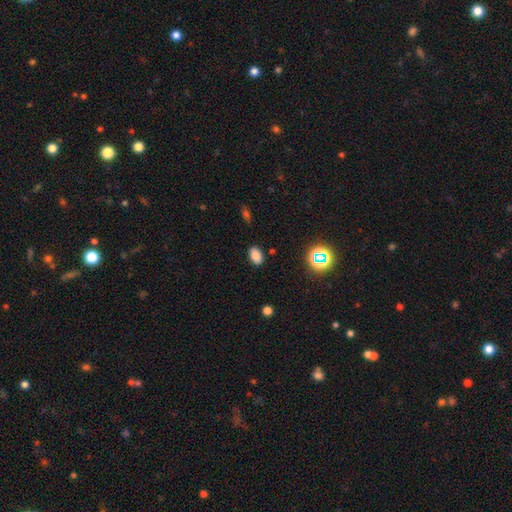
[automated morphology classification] A smooth galaxy with no disk features (80%) that is in between round and cigar-shaped (87%).

Vote fractions:
- Smooth or featured? smooth: 80% / star or artifact: 15% / featured or disk: 5%
- How rounded? in between: 87% / round: 12% / cigar-shaped: 1%
- Merging? none: 85% / minor disturbance: 10% / major disturbance: 3% / merger: 1%